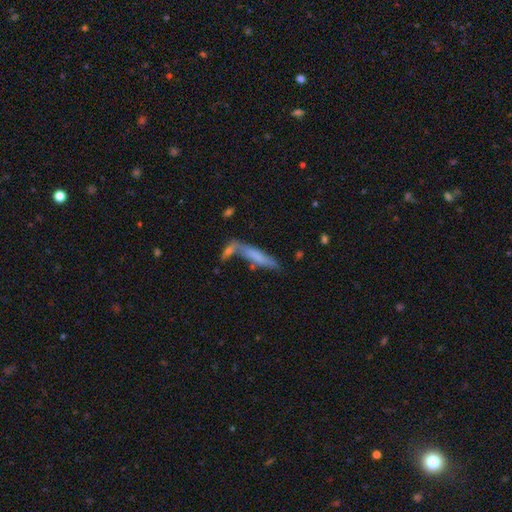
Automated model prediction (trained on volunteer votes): Morphology: type=smooth (61%); roundness=cigar-shaped (85%); merging=none (48%).